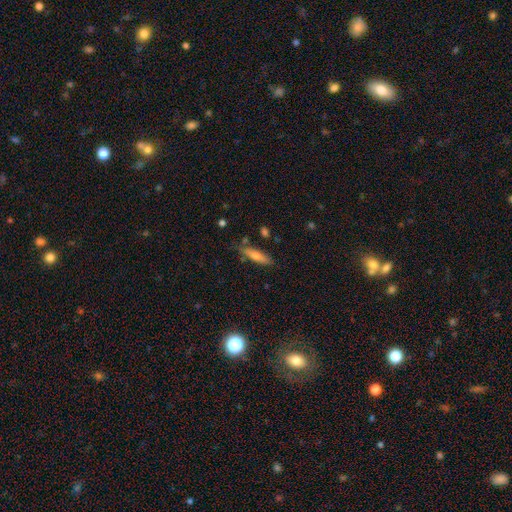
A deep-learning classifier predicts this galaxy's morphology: smooth-or-featured: smooth: 71% | featured or disk: 23% | star or artifact: 7%
  how-rounded: cigar-shaped: 71% | in between: 27% | round: 2%
  merging: none: 77% | minor disturbance: 15% | merger: 4% | major disturbance: 3%